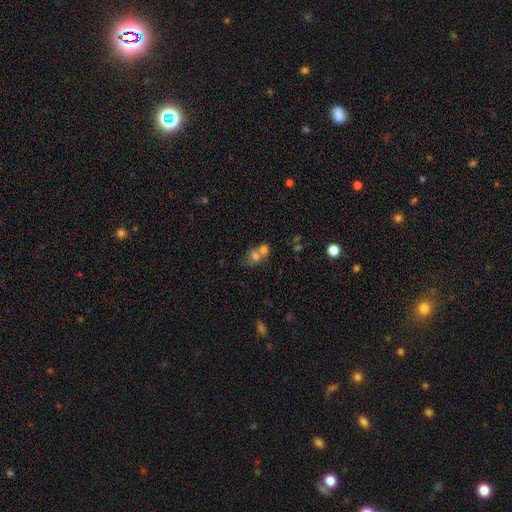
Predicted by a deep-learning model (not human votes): Smooth or featured: smooth — 68% (featured or disk — 20%)
How rounded: in between — 52% (round — 47%)
Merging: merger — 66% (none — 23%)